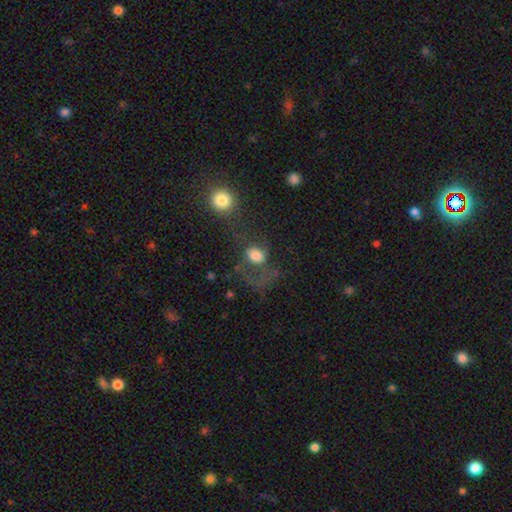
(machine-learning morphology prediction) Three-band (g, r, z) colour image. It shows a smooth galaxy with no disk features (66%) that is round (59%). Merging: major disturbance (41%).